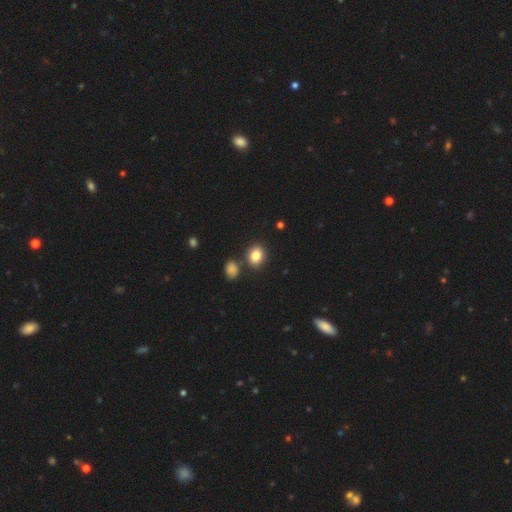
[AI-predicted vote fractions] A smooth galaxy with no disk features (83%) that is round (57%). Merging: none (77%).